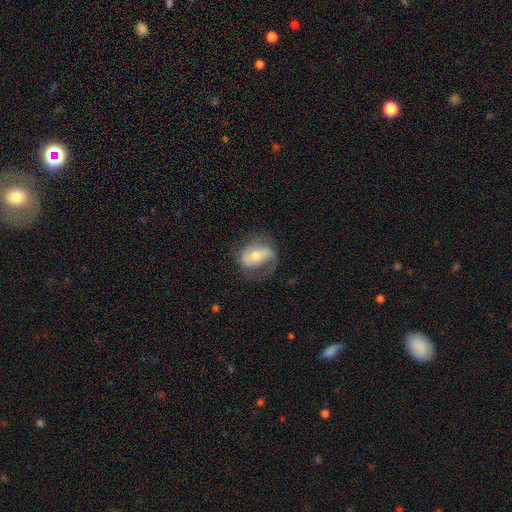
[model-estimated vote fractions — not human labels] featured or disk 69%, smooth 25%, star or artifact 7%. Down the decision tree: edge-on disk — no (96%); bar — weak (39%); spiral arms — yes (85%); spiral arm count — 2 (61%); spiral winding — medium (44%); bulge size — moderate (64%); merging — none (57%).